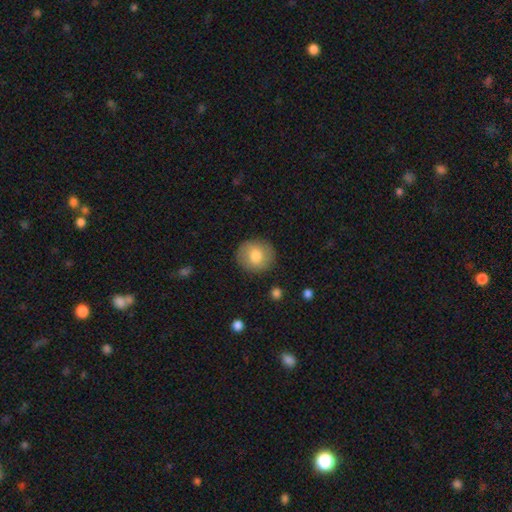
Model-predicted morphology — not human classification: Smooth or featured?
  - smooth: 78% *
  - featured or disk: 14%
  - star or artifact: 8%
How rounded?
  - round: 87% *
  - in between: 12%
  - cigar-shaped: 1%
Merging?
  - none: 88% *
  - minor disturbance: 8%
  - major disturbance: 2%
  - merger: 1%